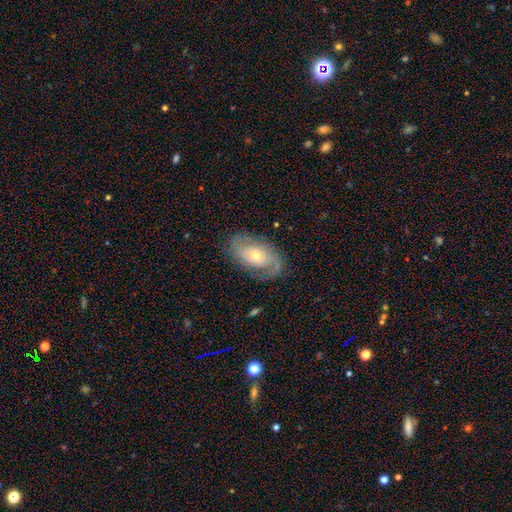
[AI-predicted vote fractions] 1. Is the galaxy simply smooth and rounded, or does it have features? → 74% featured or disk, 20% smooth, 6% star or artifact.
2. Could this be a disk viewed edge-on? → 95% no, 5% yes.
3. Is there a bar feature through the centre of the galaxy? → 70% no, 23% weak, 7% strong.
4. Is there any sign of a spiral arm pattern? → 88% yes, 12% no.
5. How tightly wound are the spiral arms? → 41% tight, 40% medium, 19% loose.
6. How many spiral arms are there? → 71% 2, 14% can't tell, 9% 1, 3% 3, 1% 4, 1% more than 4.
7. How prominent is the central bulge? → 58% small, 37% moderate, 3% large, 1% none, 1% dominant.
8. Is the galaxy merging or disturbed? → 77% none, 15% minor disturbance, 7% major disturbance, 1% merger.